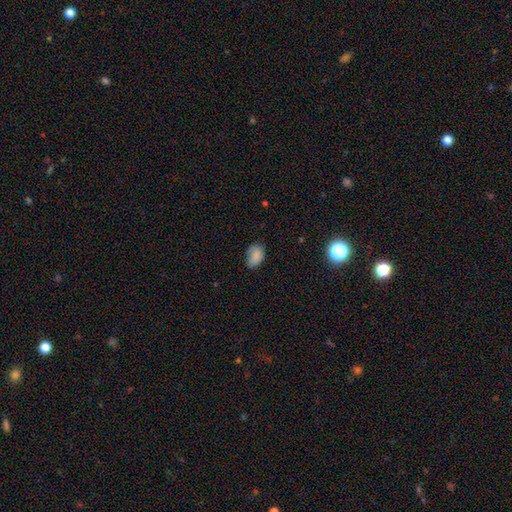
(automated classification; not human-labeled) smooth-or-featured: smooth: 84% | star or artifact: 10% | featured or disk: 6%
  how-rounded: in between: 85% | round: 14% | cigar-shaped: 1%
  merging: none: 65% | minor disturbance: 28% | major disturbance: 6% | merger: 2%